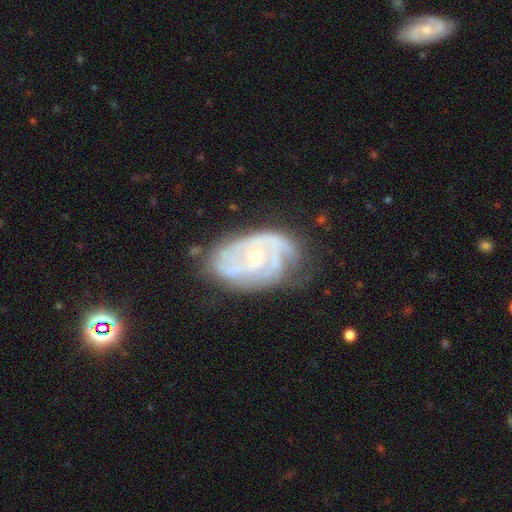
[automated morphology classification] The model was most divided on "spiral arm count": can't tell: 34%, 2: 23%, 3: 23%, 4: 10%, 1: 5%, more than 4: 5%. More confident: edge-on disk — no (97%); spiral arms — yes (91%); smooth or featured — featured or disk (83%); bar — no (73%); bulge size — small (70%); merging — none (59%); spiral winding — tight (57%).